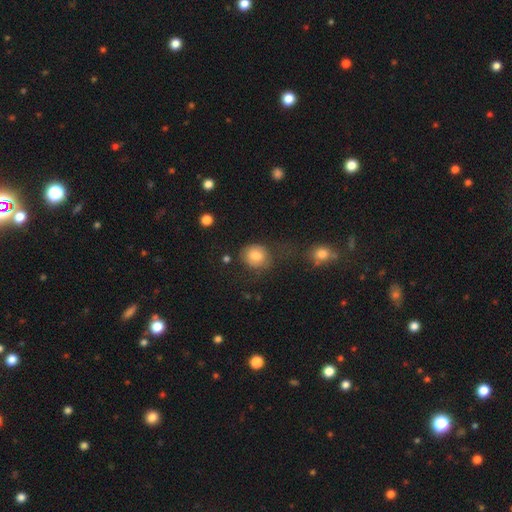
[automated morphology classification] A smooth galaxy with no disk features (80%) that is round (75%). Merging: none (60%).